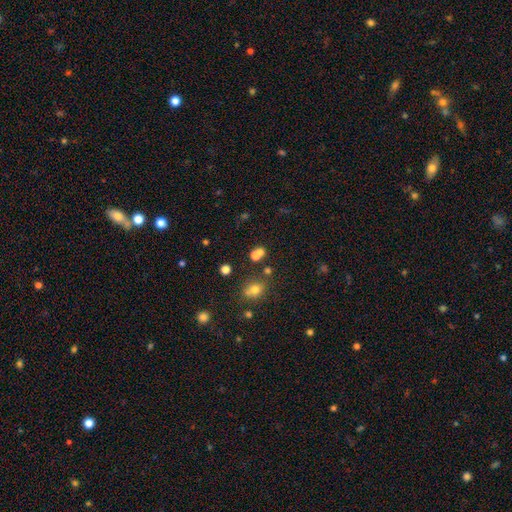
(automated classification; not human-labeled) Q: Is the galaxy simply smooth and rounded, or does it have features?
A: smooth — 66%.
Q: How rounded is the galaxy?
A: round — 68%.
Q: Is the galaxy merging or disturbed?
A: none — 50%.